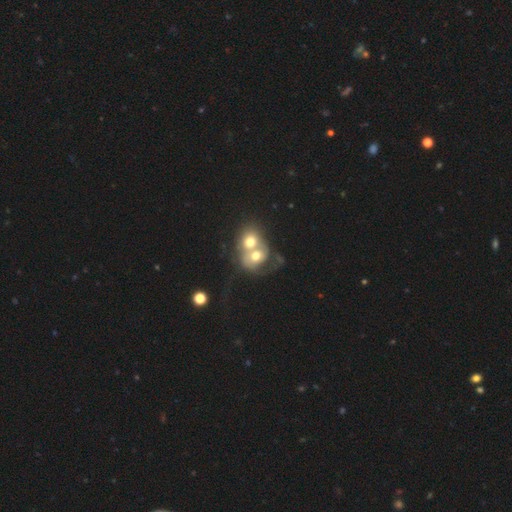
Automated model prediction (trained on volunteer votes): Smooth or featured: smooth — 52% (featured or disk — 38%)
How rounded: round — 62% (in between — 37%)
Merging: merger — 80% (none — 10%)